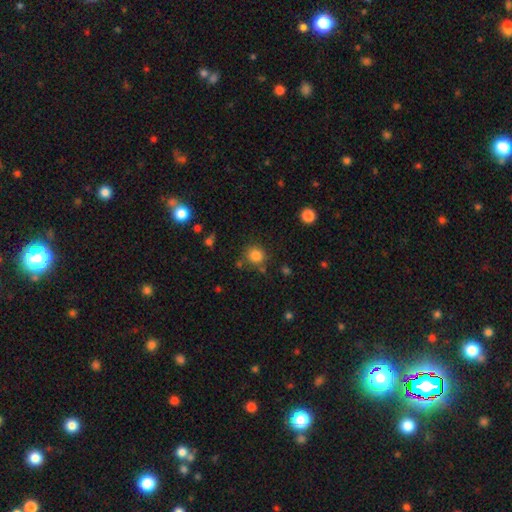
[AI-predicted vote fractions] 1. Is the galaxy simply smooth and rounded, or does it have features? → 83% smooth, 12% star or artifact, 5% featured or disk.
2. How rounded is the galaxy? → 89% round, 10% in between, 1% cigar-shaped.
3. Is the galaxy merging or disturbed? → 79% none, 11% minor disturbance, 6% merger, 4% major disturbance.